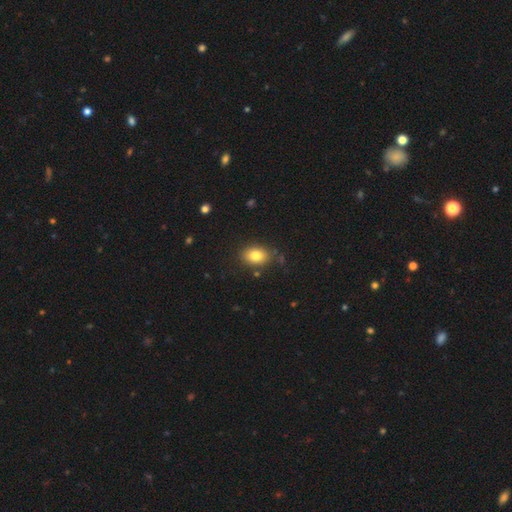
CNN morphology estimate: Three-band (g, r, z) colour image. It shows a smooth galaxy with no disk features (82%) that is in between round and cigar-shaped (74%). Merging: none (81%).